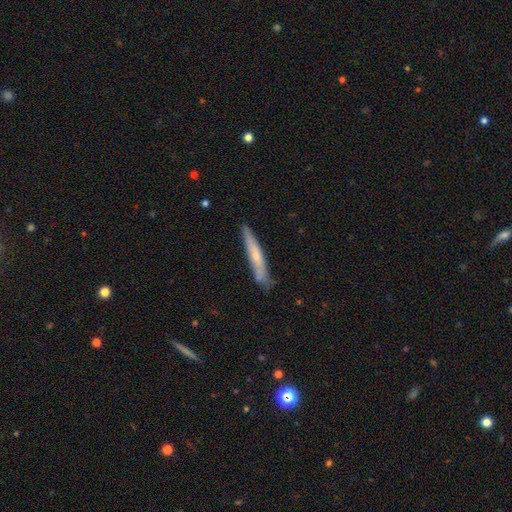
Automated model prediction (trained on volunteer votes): smooth_or_featured: smooth (p=0.62) [alt: featured or disk p=0.32]
how_rounded: cigar-shaped (p=0.94) [alt: in between p=0.05]
merging: none (p=0.78) [alt: minor disturbance p=0.17]